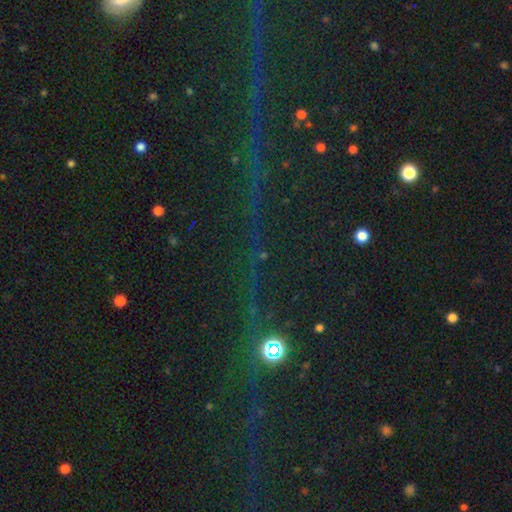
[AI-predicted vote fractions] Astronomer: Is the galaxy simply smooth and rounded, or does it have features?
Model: star or artifact — 76%.